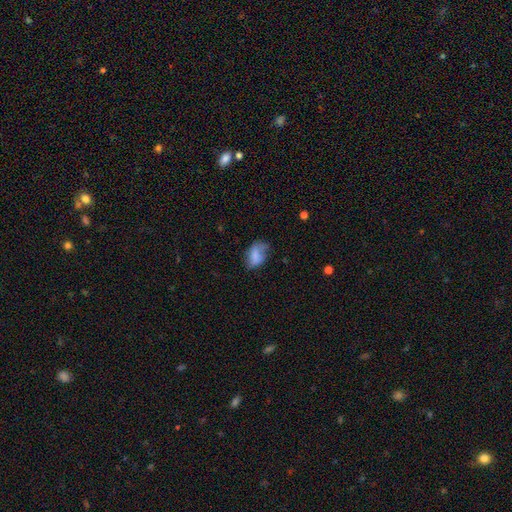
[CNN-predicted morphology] smooth 71%, featured or disk 19%, star or artifact 9%. Down the decision tree: how rounded — in between (87%); merging — none (42%).